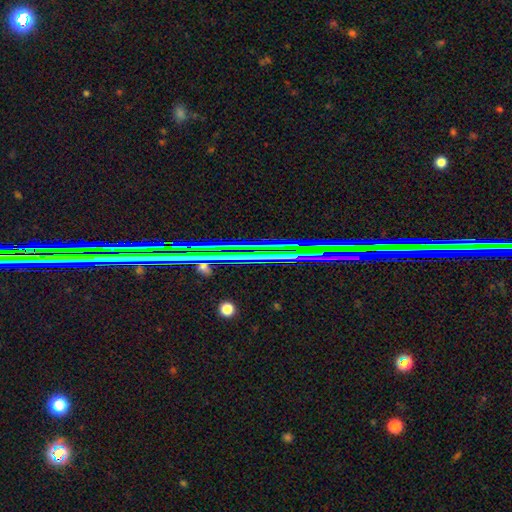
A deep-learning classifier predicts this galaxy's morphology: smooth_or_featured: star or artifact (p=0.80) [alt: featured or disk p=0.12]